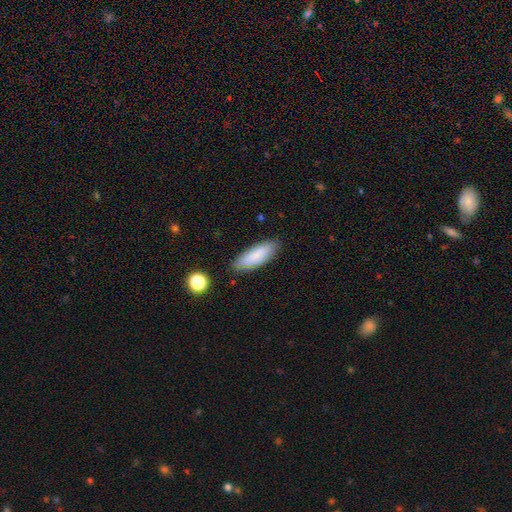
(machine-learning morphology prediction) A smooth galaxy with no disk features (85%) that is in between round and cigar-shaped (54%).

Vote fractions:
- Smooth or featured? smooth: 85% / featured or disk: 8% / star or artifact: 7%
- How rounded? in between: 54% / cigar-shaped: 44% / round: 2%
- Merging? none: 85% / minor disturbance: 12% / major disturbance: 2% / merger: 2%